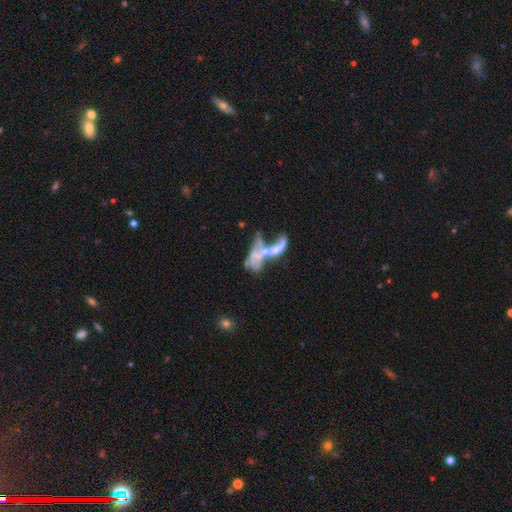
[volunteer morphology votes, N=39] Smooth or featured: featured or disk — 56% (smooth — 33%)
Edge-on disk: no — 100%
Bar: no — 68% (weak — 27%)
Spiral arms: no — 68% (yes — 32%)
Bulge size: small — 41% (none — 36%)
Merging: merger — 57% (major disturbance — 31%)